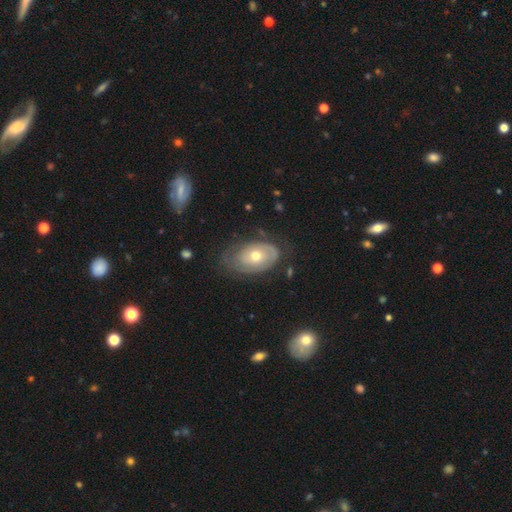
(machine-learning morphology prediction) A featured or disk galaxy (61%) with no bar (87%), spiral arms (60%) and a moderate central bulge (66%). Merging: none (63%).